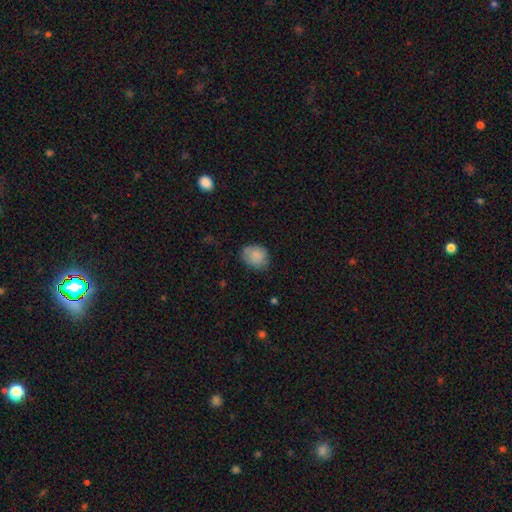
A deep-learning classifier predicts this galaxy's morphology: Q: Smooth or featured?
A: smooth (82%); runner-up: featured or disk (10%)
Q: How rounded?
A: round (51%); runner-up: in between (48%)
Q: Merging?
A: none (65%); runner-up: minor disturbance (26%)